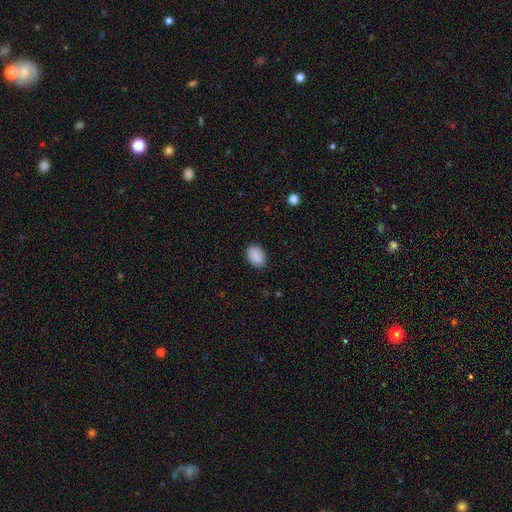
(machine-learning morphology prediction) The model was most divided on "how rounded": in between: 76%, round: 23%, cigar-shaped: 1%. More confident: smooth or featured — smooth (89%); merging — none (86%).